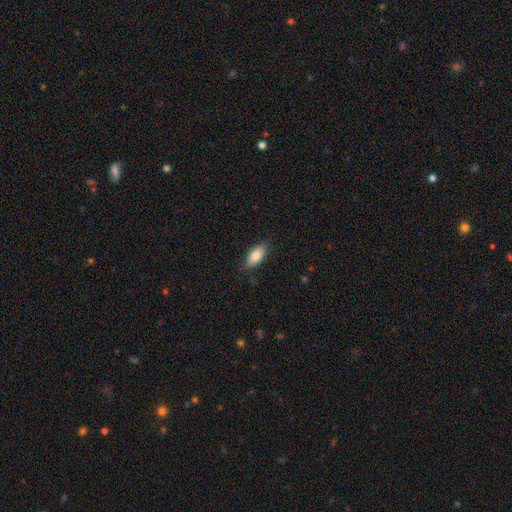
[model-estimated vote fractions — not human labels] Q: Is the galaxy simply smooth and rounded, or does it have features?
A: smooth — 83%.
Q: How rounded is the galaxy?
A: in between — 86%.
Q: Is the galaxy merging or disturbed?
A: none — 82%.